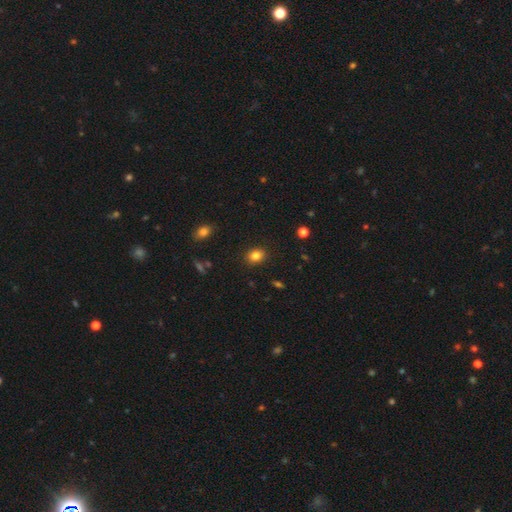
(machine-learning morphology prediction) type=smooth (83%); roundness=in between (52%); merging=none (89%).